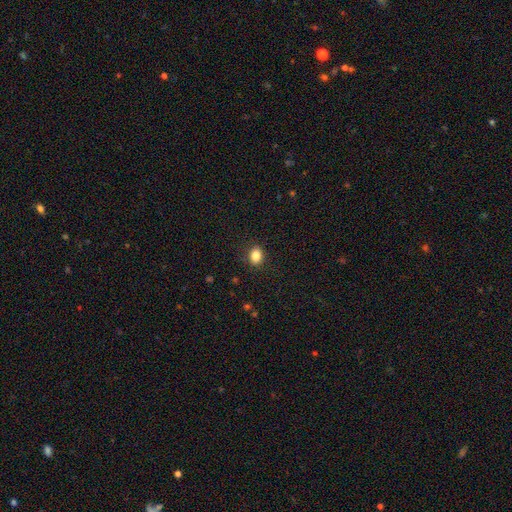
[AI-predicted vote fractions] Smooth or featured? smooth (84%)
How rounded? in between (53%)
Merging? none (88%)